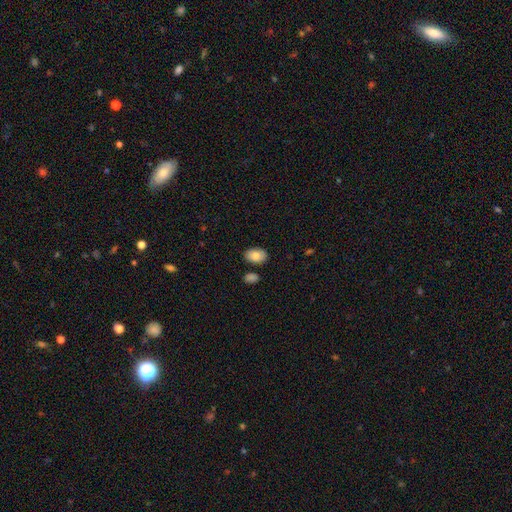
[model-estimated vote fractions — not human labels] Smooth or featured? Predicted: smooth (p=0.82). How rounded? Predicted: in between (p=0.90). Merging? Predicted: none (p=0.83).